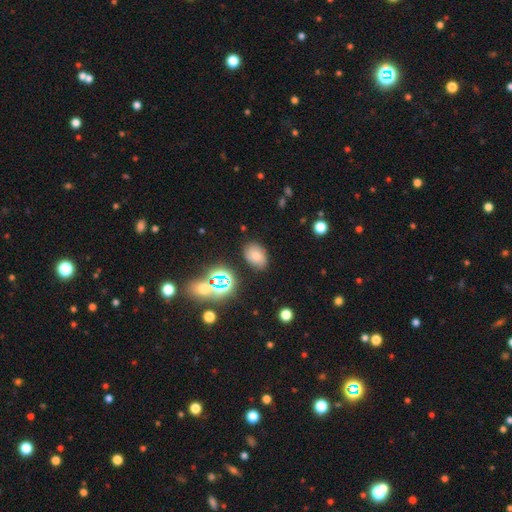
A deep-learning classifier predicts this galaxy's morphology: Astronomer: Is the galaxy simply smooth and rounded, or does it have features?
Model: smooth — 65%.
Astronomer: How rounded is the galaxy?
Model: in between — 77%.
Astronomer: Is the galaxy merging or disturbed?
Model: none — 80%.